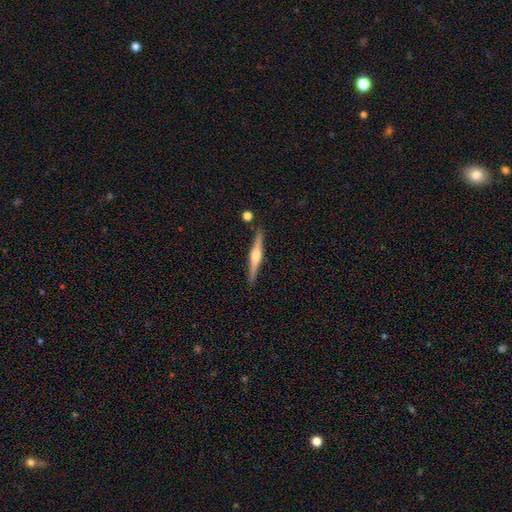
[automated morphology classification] The model was most divided on "smooth or featured": featured or disk: 69%, smooth: 25%, star or artifact: 6%. More confident: edge-on disk — yes (98%); merging — none (87%); edge-on bulge — rounded (82%).